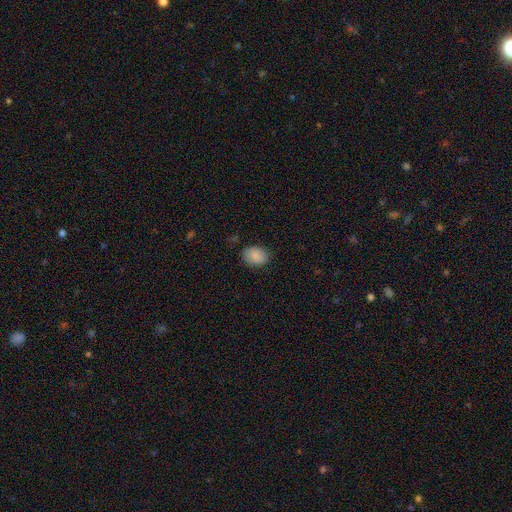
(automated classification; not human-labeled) Morphology: type=smooth (87%); roundness=in between (67%); merging=none (84%).